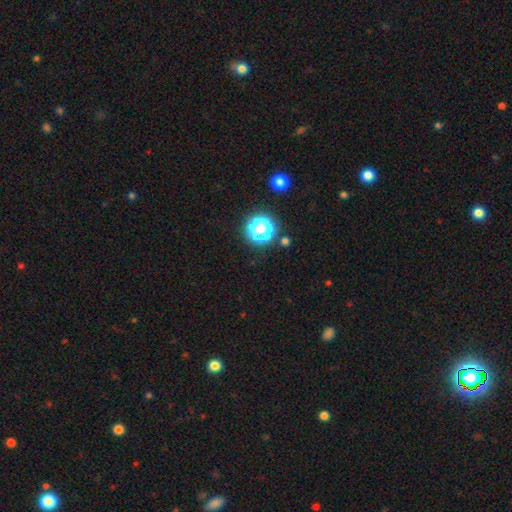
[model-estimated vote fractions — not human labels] This appears to be a star or artifact, not a galaxy (72%).